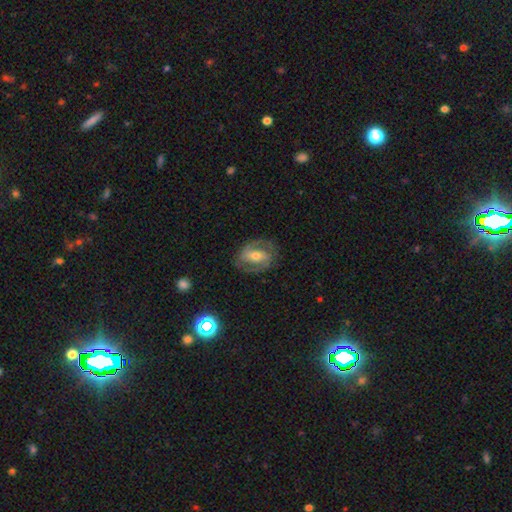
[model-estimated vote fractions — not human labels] Smooth or featured: featured or disk — 77% (smooth — 17%)
Edge-on disk: no — 96% (yes — 4%)
Bar: strong — 39% (weak — 37%)
Spiral arms: yes — 87% (no — 13%)
Spiral winding: medium — 49% (tight — 34%)
Spiral arm count: 2 — 87% (can't tell — 7%)
Bulge size: moderate — 58% (small — 35%)
Merging: none — 78% (minor disturbance — 14%)